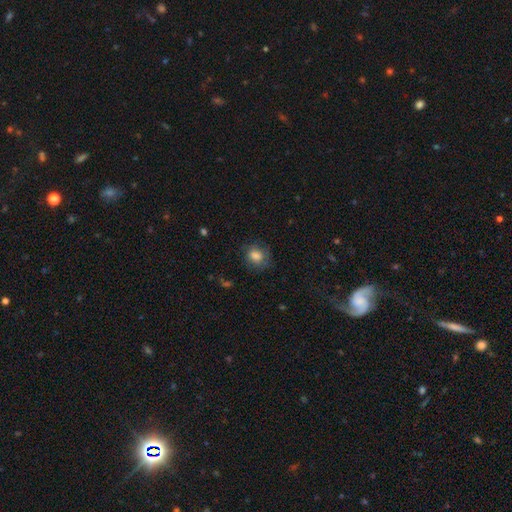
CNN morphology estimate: Q: Smooth or featured?
A: smooth (77%); runner-up: featured or disk (13%)
Q: How rounded?
A: round (68%); runner-up: in between (31%)
Q: Merging?
A: none (67%); runner-up: minor disturbance (21%)